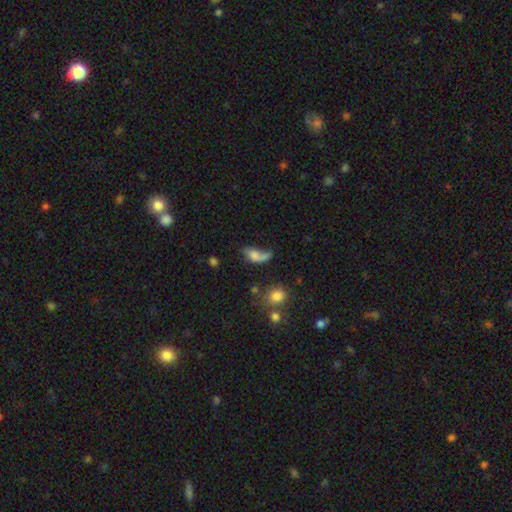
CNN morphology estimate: type=smooth (53%); roundness=in between (81%); merging=major disturbance (36%).